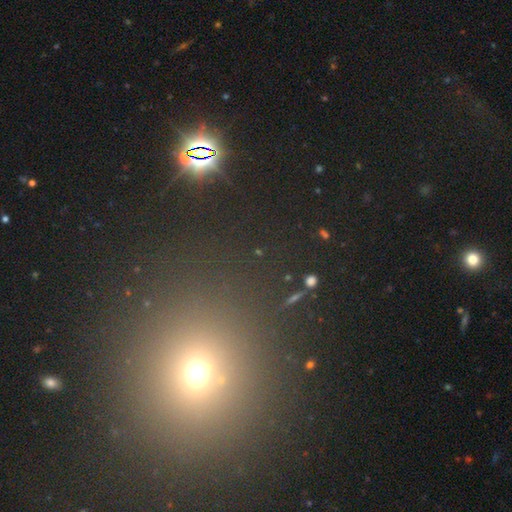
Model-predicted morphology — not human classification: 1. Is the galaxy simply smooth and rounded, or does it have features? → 51% star or artifact, 41% smooth, 8% featured or disk.